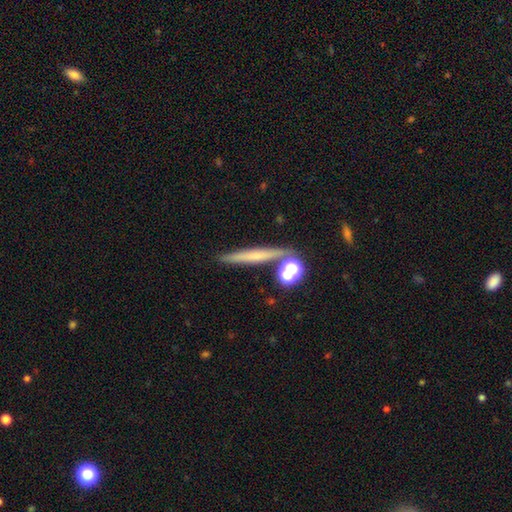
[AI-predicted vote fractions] smooth_or_featured: smooth (p=0.49) [alt: featured or disk p=0.39]
merging: none (p=0.78) [alt: minor disturbance p=0.10]